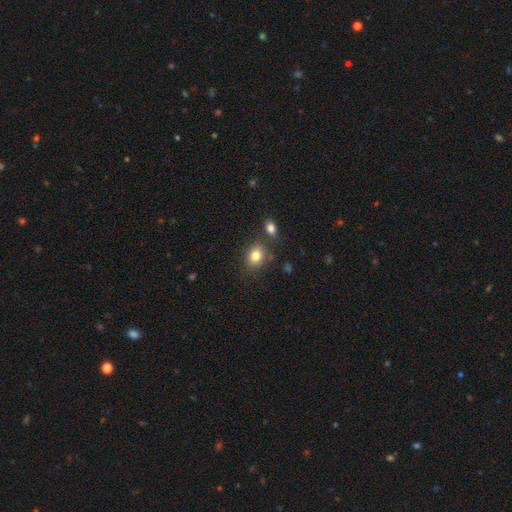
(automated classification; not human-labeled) Smooth or featured? smooth (81%)
How rounded? in between (62%)
Merging? none (73%)